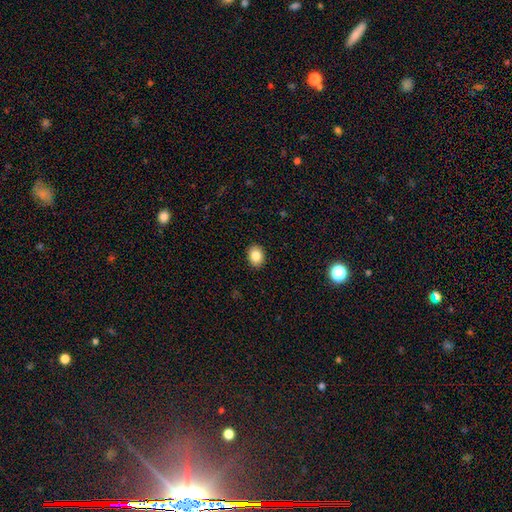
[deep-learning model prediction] A smooth galaxy with no disk features (85%) that is in between round and cigar-shaped (57%). Merging: none (91%).